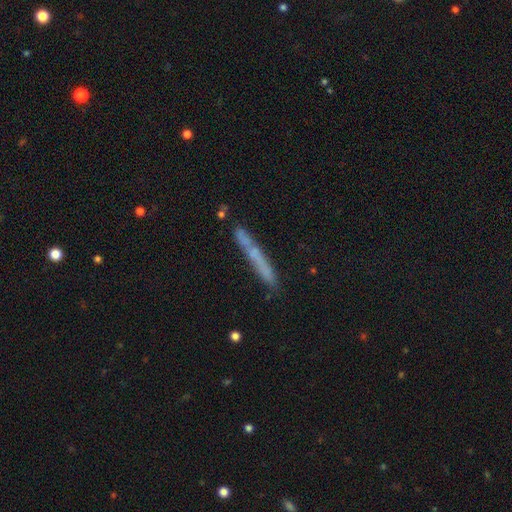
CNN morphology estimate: smooth_or_featured: smooth (p=0.52) [alt: featured or disk p=0.38]
how_rounded: cigar-shaped (p=0.95) [alt: in between p=0.03]
merging: none (p=0.72) [alt: minor disturbance p=0.17]